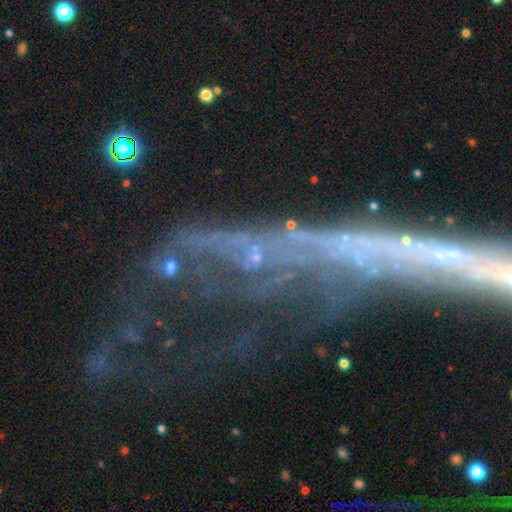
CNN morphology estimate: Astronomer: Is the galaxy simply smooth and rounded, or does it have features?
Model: featured or disk — 49% (runner-up: star or artifact, 36%).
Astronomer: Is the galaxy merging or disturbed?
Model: none — 37% (runner-up: major disturbance, 32%).